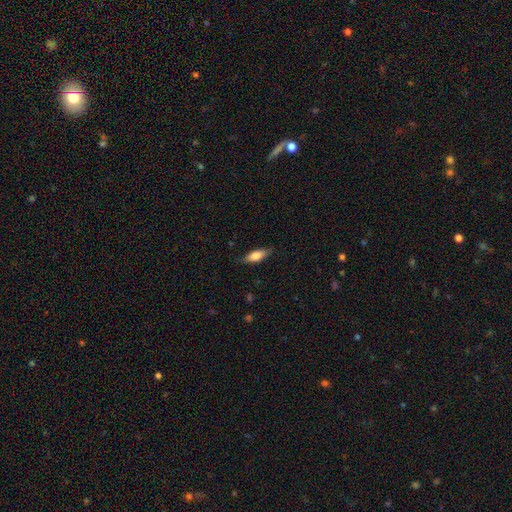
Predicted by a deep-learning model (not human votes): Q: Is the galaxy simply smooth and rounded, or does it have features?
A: smooth — 73%.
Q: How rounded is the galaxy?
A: in between — 64%.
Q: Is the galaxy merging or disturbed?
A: none — 81%.